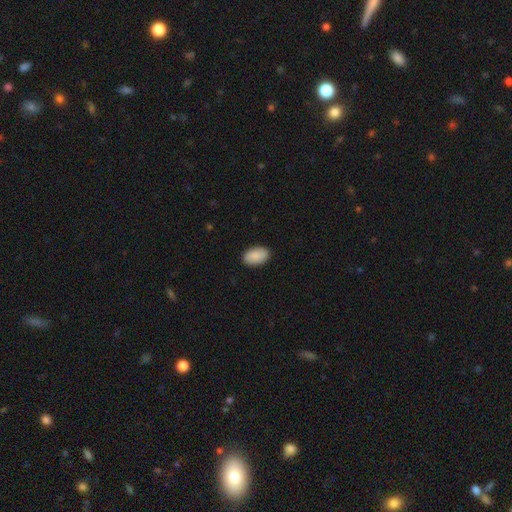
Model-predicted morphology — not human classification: Smooth or featured?
  - smooth: 88% *
  - featured or disk: 6%
  - star or artifact: 6%
How rounded?
  - in between: 94% *
  - round: 5%
  - cigar-shaped: 1%
Merging?
  - none: 89% *
  - minor disturbance: 8%
  - major disturbance: 2%
  - merger: 1%